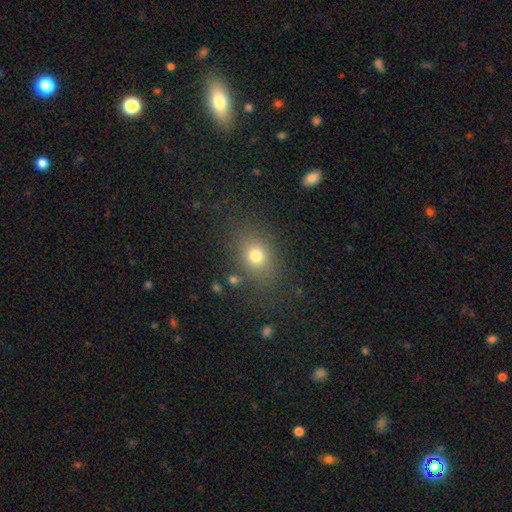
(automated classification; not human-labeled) Overall: smooth (75%). How rounded: in between (50%; round 48%). Merging: none (78%).